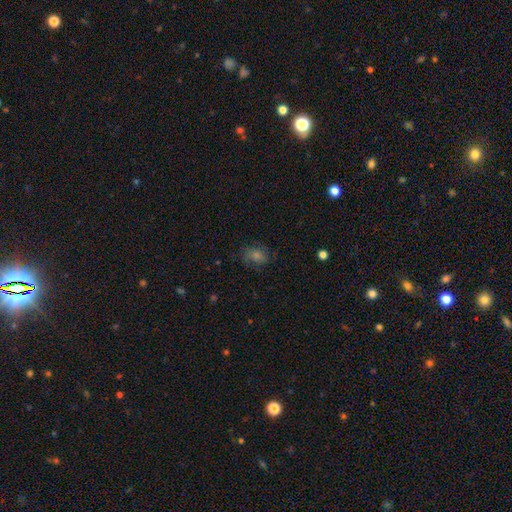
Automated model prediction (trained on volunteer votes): Overall: smooth (50%; star or artifact 25%). How rounded: in between (59%; round 39%). Merging: none (75%).